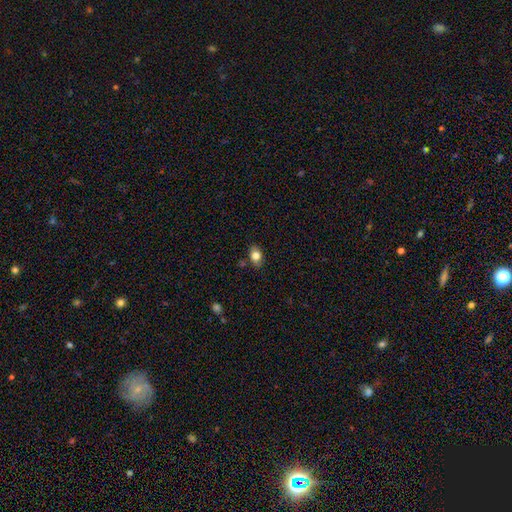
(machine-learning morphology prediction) Smooth or featured? smooth (79%)
How rounded? in between (72%)
Merging? none (81%)